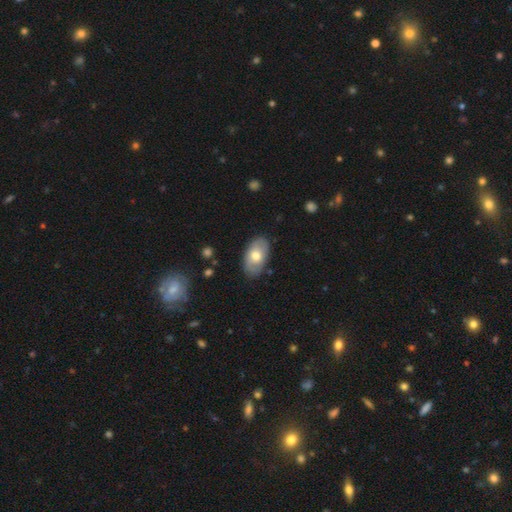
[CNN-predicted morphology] smooth_or_featured: smooth (p=0.62) [alt: featured or disk p=0.32]
how_rounded: in between (p=0.93) [alt: round p=0.06]
merging: none (p=0.82) [alt: minor disturbance p=0.14]